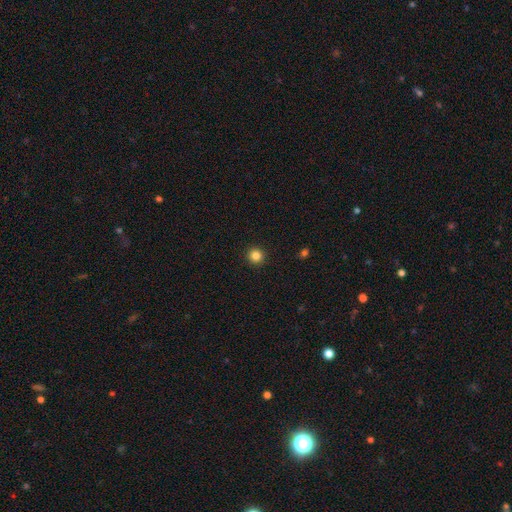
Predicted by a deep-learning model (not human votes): Q: Smooth or featured?
A: smooth (84%); runner-up: star or artifact (12%)
Q: How rounded?
A: round (95%); runner-up: in between (4%)
Q: Merging?
A: none (93%); runner-up: minor disturbance (4%)